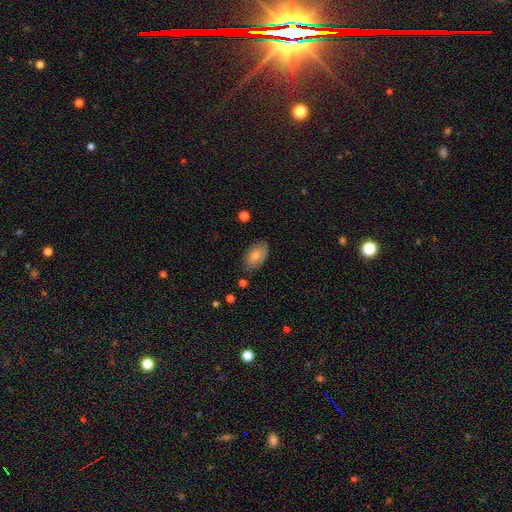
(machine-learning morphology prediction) Overall: smooth (76%). How rounded: in between (93%). Merging: none (76%).